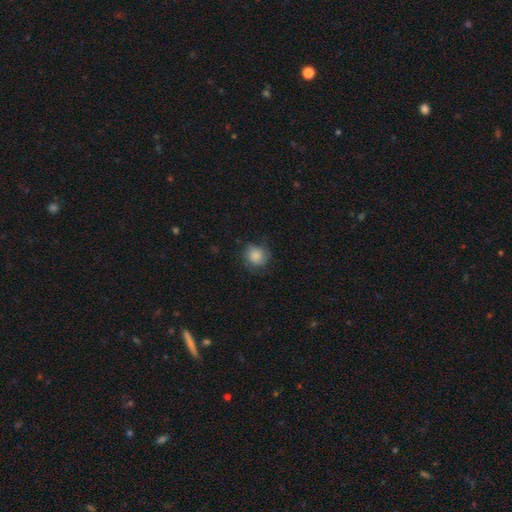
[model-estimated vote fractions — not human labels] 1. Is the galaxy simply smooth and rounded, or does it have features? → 77% smooth, 15% featured or disk, 8% star or artifact.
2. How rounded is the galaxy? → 83% round, 16% in between, 1% cigar-shaped.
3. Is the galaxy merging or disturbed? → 68% none, 22% minor disturbance, 9% major disturbance, 1% merger.